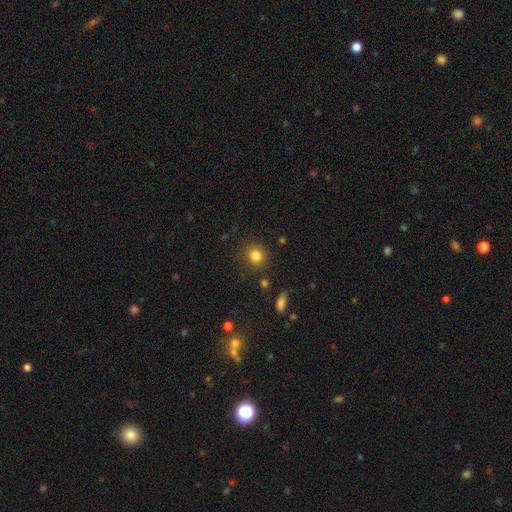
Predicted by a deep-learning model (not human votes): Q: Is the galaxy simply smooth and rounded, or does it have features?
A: smooth — 83%.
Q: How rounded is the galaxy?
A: round — 84%.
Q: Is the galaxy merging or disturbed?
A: none — 86%.